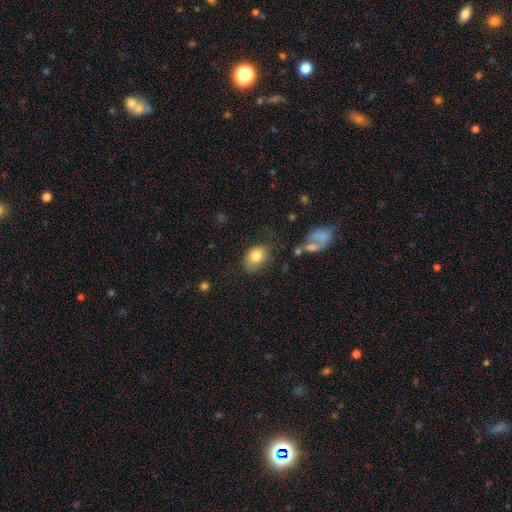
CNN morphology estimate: A smooth galaxy with no disk features (81%) that is in between round and cigar-shaped (75%).

Vote fractions:
- Smooth or featured? smooth: 81% / featured or disk: 11% / star or artifact: 9%
- How rounded? in between: 75% / round: 24% / cigar-shaped: 1%
- Merging? none: 72% / minor disturbance: 20% / major disturbance: 6% / merger: 3%